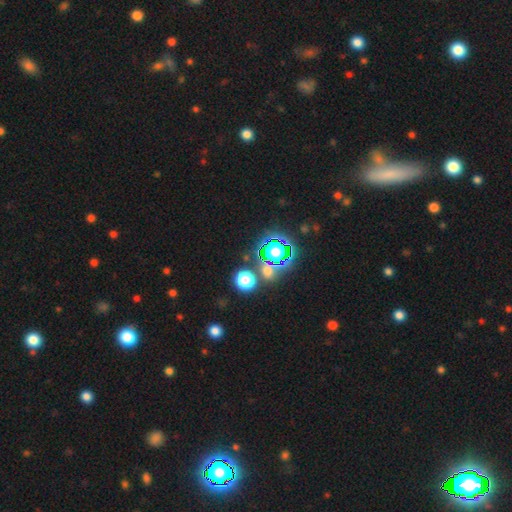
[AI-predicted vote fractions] Smooth or featured: star or artifact — 75% (smooth — 17%)